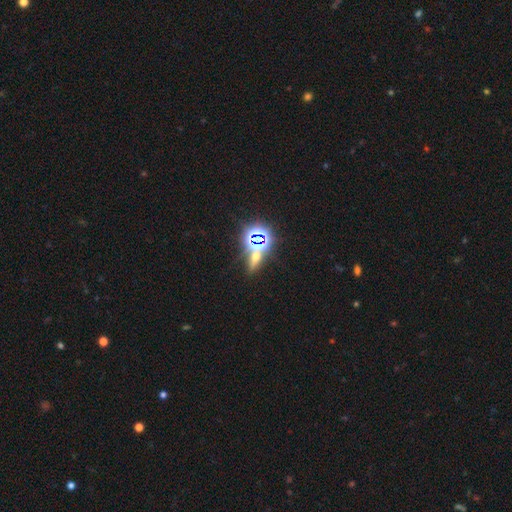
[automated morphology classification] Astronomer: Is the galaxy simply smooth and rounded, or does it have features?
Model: star or artifact — 52% (runner-up: smooth, 31%).